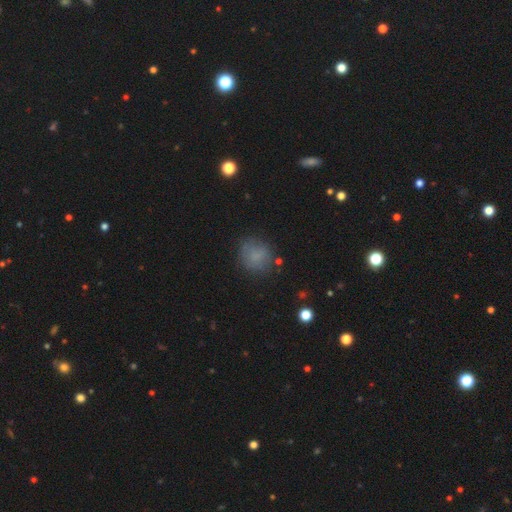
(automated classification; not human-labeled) smooth 76%, star or artifact 12%, featured or disk 12%. Down the decision tree: how rounded — round (80%); merging — none (71%).